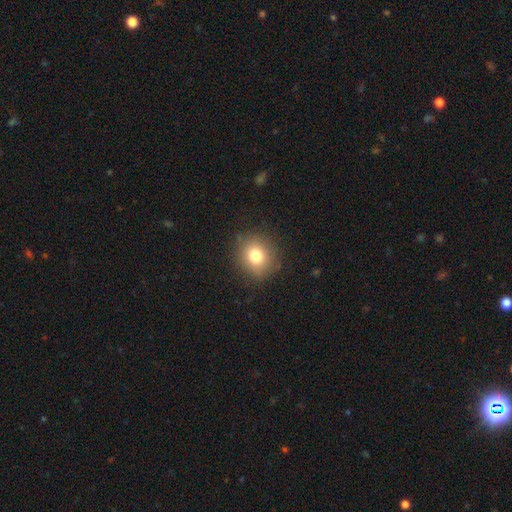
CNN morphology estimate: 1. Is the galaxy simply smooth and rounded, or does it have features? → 77% smooth, 12% star or artifact, 10% featured or disk.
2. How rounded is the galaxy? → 83% round, 16% in between, 1% cigar-shaped.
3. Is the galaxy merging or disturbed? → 87% none, 9% minor disturbance, 3% major disturbance, 1% merger.